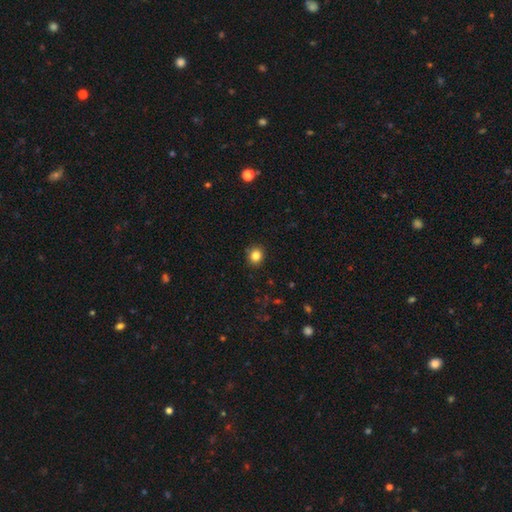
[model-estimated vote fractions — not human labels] Smooth or featured?
  - smooth: 83% *
  - star or artifact: 11%
  - featured or disk: 5%
How rounded?
  - round: 80% *
  - in between: 19%
  - cigar-shaped: 1%
Merging?
  - none: 90% *
  - minor disturbance: 7%
  - major disturbance: 2%
  - merger: 1%